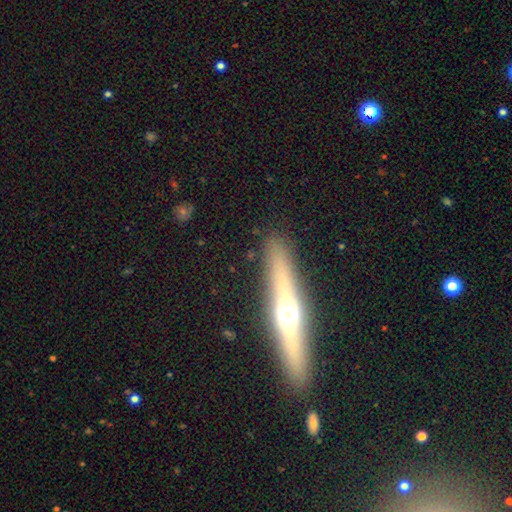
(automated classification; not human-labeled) smooth-or-featured: featured or disk: 66% | smooth: 27% | star or artifact: 7%
  disk-edge-on: yes: 96% | no: 4%
    edge-on-bulge: rounded: 90% | none: 5% | boxy: 5%
  merging: none: 89% | minor disturbance: 7% | major disturbance: 2% | merger: 2%